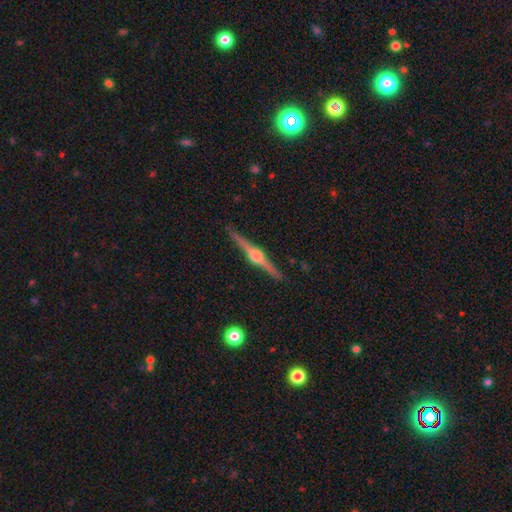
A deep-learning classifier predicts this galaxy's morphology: smooth-or-featured: featured or disk: 87% | smooth: 8% | star or artifact: 5%
  disk-edge-on: yes: 99% | no: 1%
    edge-on-bulge: rounded: 94% | boxy: 4% | none: 2%
  merging: none: 92% | minor disturbance: 6% | major disturbance: 1% | merger: 1%